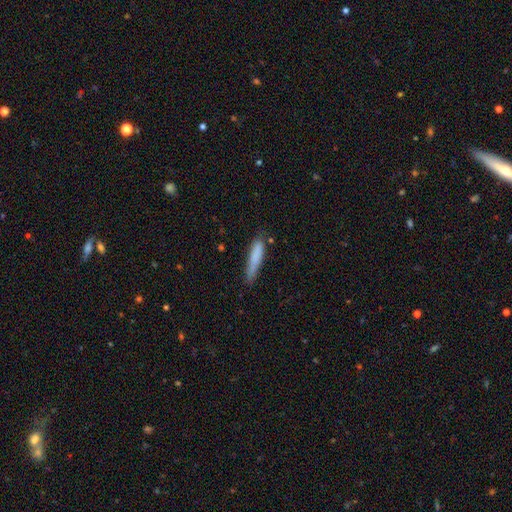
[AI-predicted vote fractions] A smooth galaxy with no disk features (79%) that is cigar-shaped (90%). Merging: none (67%).